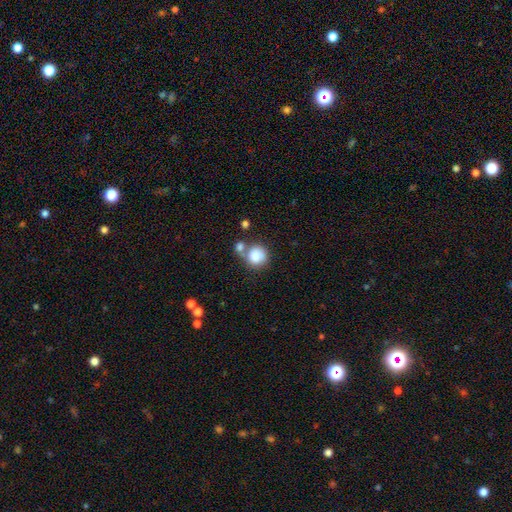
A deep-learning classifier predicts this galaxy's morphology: Smooth or featured? smooth (84%)
How rounded? round (86%)
Merging? none (47%)